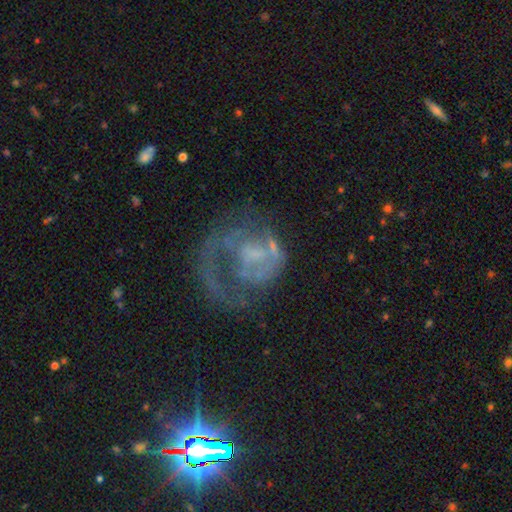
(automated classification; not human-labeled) A featured or disk galaxy (72%) with no bar (70%), spiral arms (58%) and no central bulge (46%). Merging: major disturbance (43%).